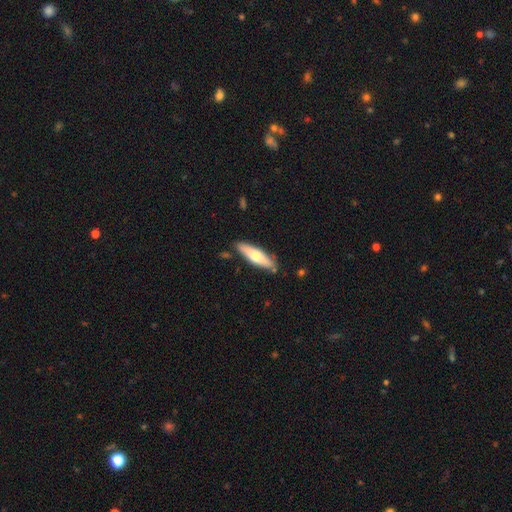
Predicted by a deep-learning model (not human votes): A smooth galaxy with no disk features (56%) that is cigar-shaped (60%). Merging: none (83%).